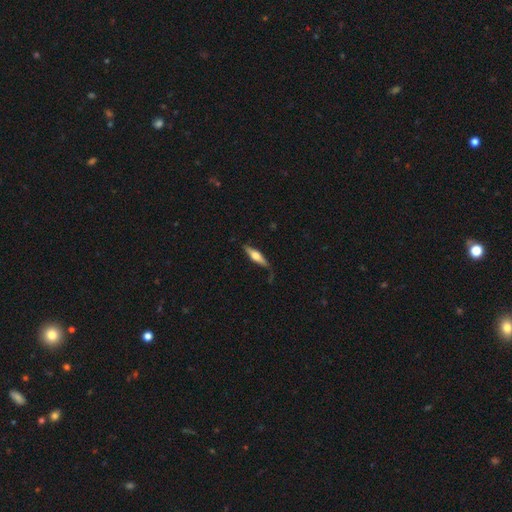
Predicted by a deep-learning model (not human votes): A featured or disk galaxy (52%) viewed edge-on (94%). Merging: none (72%).